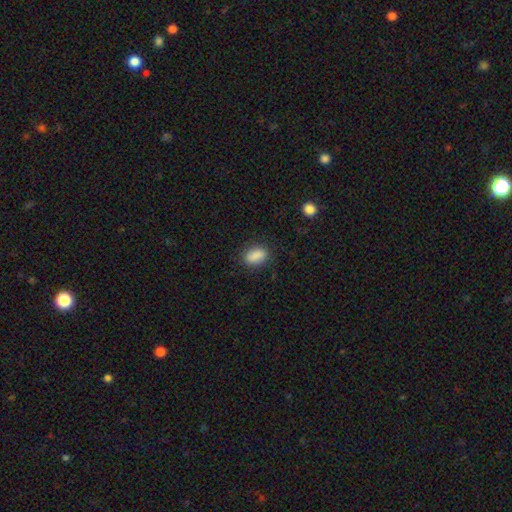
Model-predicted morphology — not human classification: Overall: smooth (88%). How rounded: in between (87%). Merging: none (85%).